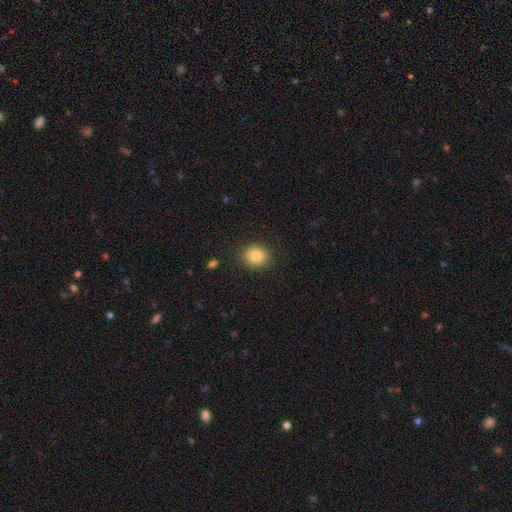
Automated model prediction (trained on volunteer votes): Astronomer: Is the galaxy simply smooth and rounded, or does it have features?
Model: smooth — 85%.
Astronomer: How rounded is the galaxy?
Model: round — 72%.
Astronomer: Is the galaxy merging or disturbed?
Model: none — 89%.